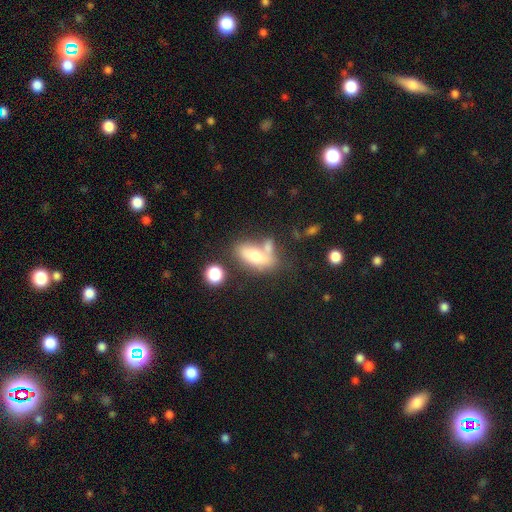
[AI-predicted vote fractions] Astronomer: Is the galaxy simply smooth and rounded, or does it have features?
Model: smooth — 67%.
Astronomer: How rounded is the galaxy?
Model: in between — 79%.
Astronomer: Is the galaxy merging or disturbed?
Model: none — 44% (runner-up: merger, 29%).